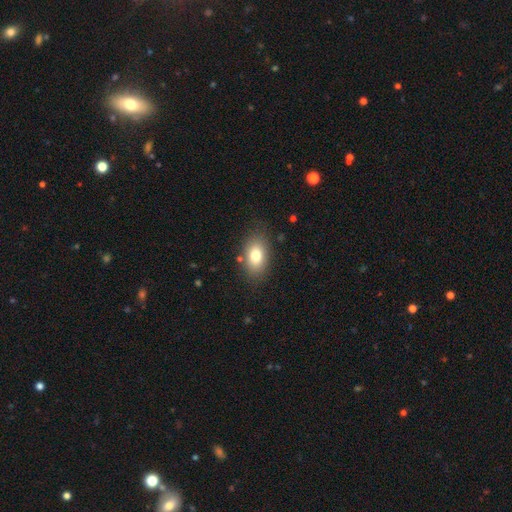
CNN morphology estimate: Smooth or featured?
  - smooth: 78% *
  - featured or disk: 13%
  - star or artifact: 9%
How rounded?
  - in between: 87% *
  - round: 12%
  - cigar-shaped: 2%
Merging?
  - none: 82% *
  - minor disturbance: 12%
  - major disturbance: 4%
  - merger: 2%